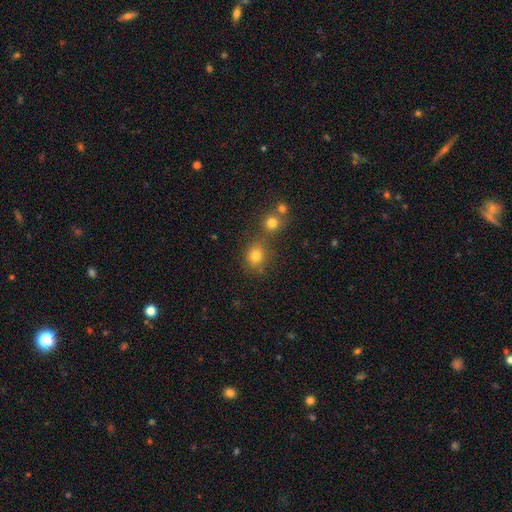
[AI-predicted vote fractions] This appears to be a smooth galaxy with no disk features (77%) that is round (77%). Merging: none (64%).